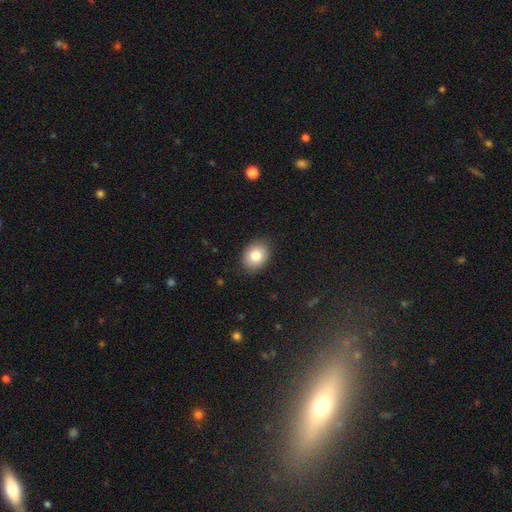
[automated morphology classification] Q: Smooth or featured?
A: smooth (83%); runner-up: featured or disk (9%)
Q: How rounded?
A: in between (58%); runner-up: round (41%)
Q: Merging?
A: none (87%); runner-up: minor disturbance (9%)